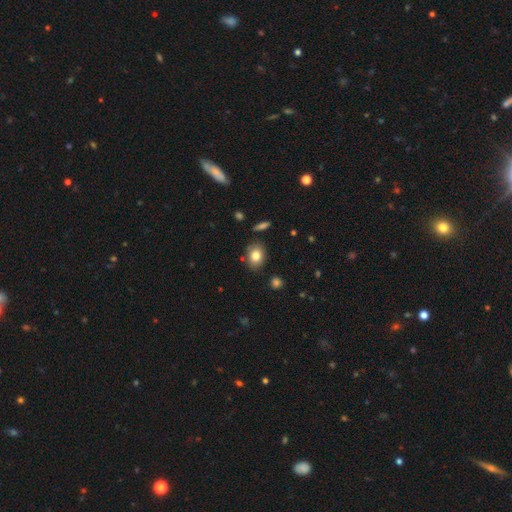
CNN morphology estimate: Q: Smooth or featured?
A: smooth (81%); runner-up: featured or disk (10%)
Q: How rounded?
A: in between (66%); runner-up: round (33%)
Q: Merging?
A: none (82%); runner-up: minor disturbance (12%)